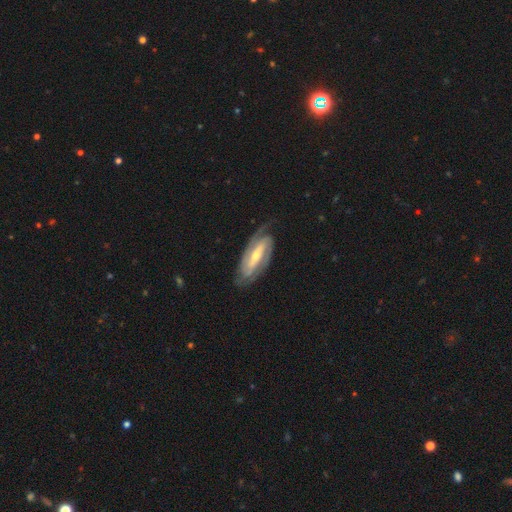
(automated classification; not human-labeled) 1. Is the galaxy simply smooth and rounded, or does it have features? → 86% featured or disk, 10% smooth, 4% star or artifact.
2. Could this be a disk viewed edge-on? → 91% no, 9% yes.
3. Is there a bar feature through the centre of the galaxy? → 62% strong, 24% weak, 13% no.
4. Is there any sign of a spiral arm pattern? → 95% yes, 5% no.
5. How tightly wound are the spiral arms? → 53% tight, 36% medium, 11% loose.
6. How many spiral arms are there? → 83% 2, 8% can't tell, 4% 3, 3% 1, 1% 4, 1% more than 4.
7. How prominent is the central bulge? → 47% moderate (tied), 47% small (tied), 3% large, 2% none, 1% dominant.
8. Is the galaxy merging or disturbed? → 76% none, 16% minor disturbance, 7% major disturbance, 1% merger.